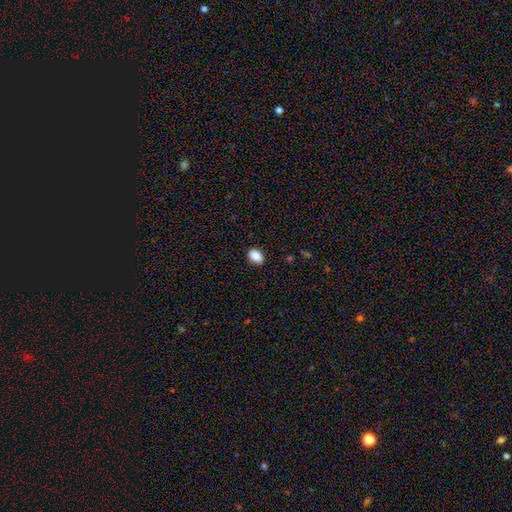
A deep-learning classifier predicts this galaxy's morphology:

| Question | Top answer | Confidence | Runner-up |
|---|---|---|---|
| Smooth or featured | smooth | 87% | star or artifact (8%) |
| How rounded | in between | 78% | round (21%) |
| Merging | none | 89% | minor disturbance (8%) |